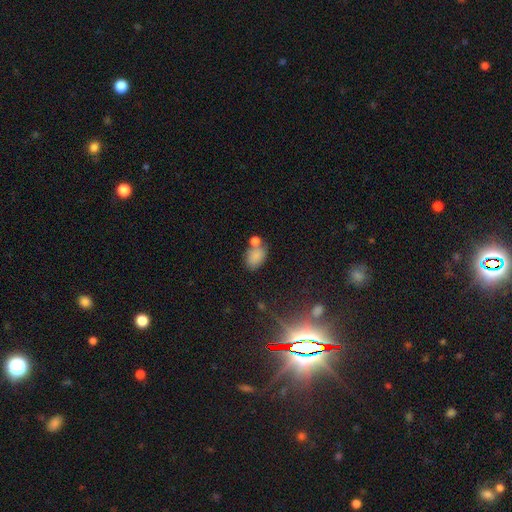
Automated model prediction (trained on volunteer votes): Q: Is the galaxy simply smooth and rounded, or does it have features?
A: smooth — 81%.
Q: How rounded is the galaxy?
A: in between — 82%.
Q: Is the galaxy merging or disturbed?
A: none — 51%.